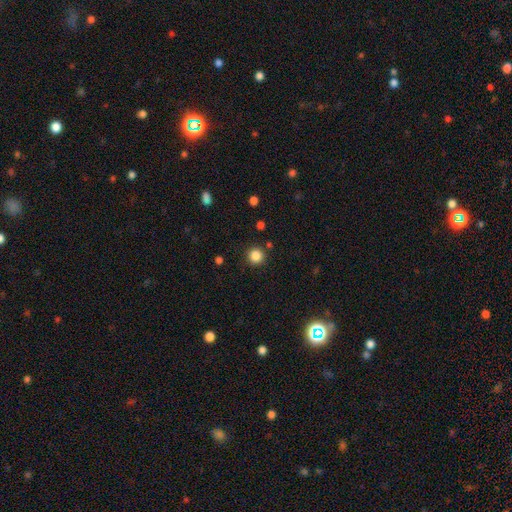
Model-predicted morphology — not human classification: Smooth or featured?
  - smooth: 85% *
  - star or artifact: 11%
  - featured or disk: 3%
How rounded?
  - round: 95% *
  - in between: 4%
  - cigar-shaped: 1%
Merging?
  - none: 89% *
  - minor disturbance: 6%
  - major disturbance: 2%
  - merger: 2%